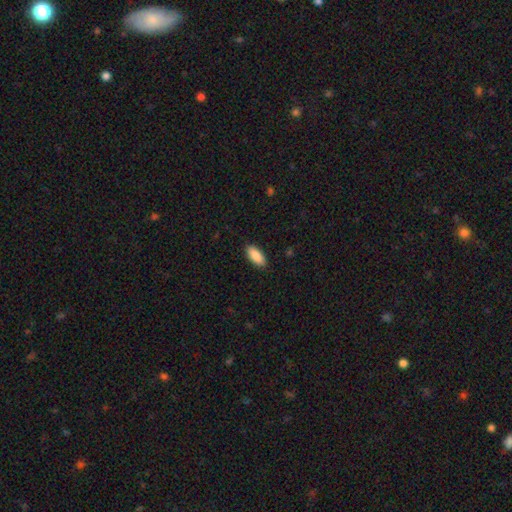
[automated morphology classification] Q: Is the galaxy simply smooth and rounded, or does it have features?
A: smooth — 90%.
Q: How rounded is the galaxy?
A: in between — 87%.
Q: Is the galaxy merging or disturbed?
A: none — 89%.